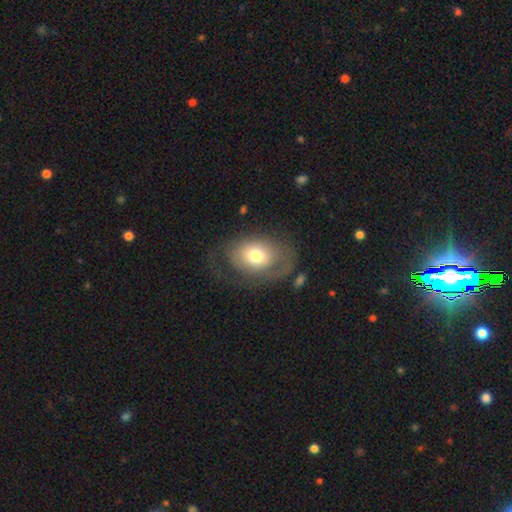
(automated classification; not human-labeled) smooth 56%, featured or disk 36%, star or artifact 8%. Down the decision tree: how rounded — in between (73%); merging — none (50%).